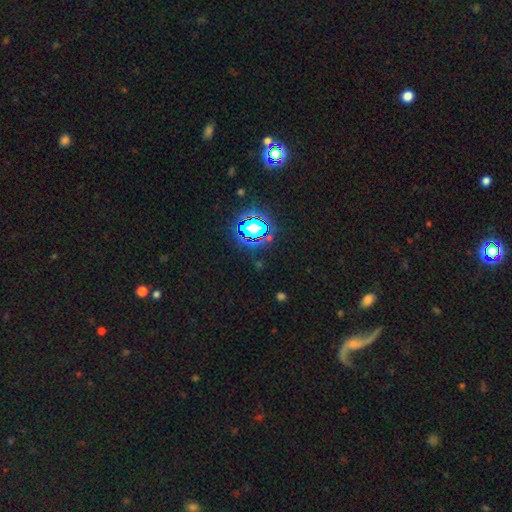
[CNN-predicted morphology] smooth_or_featured: star or artifact (p=0.70) [alt: smooth p=0.15]